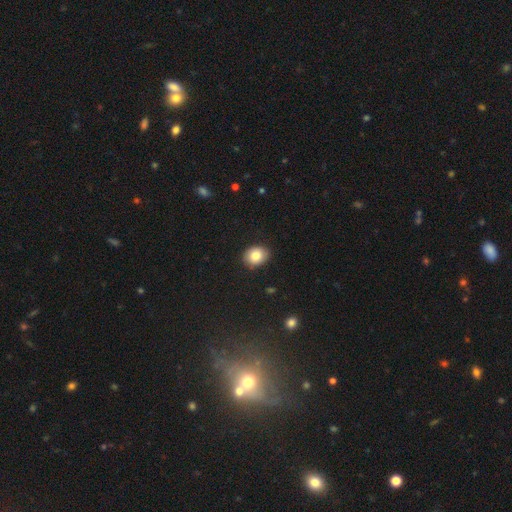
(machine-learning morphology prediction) smooth-or-featured: smooth: 83% | star or artifact: 9% | featured or disk: 8%
  how-rounded: round: 54% | in between: 45% | cigar-shaped: 1%
  merging: none: 87% | minor disturbance: 10% | major disturbance: 2% | merger: 1%